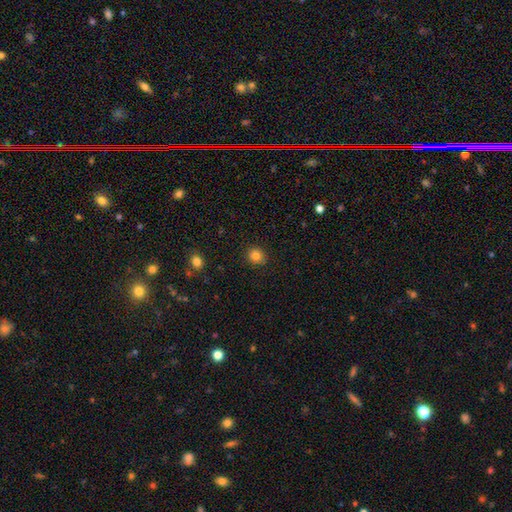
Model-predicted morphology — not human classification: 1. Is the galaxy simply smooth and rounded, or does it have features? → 83% smooth, 11% star or artifact, 6% featured or disk.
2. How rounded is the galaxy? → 82% round, 17% in between, 1% cigar-shaped.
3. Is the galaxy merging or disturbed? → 90% none, 7% minor disturbance, 2% major disturbance, 1% merger.